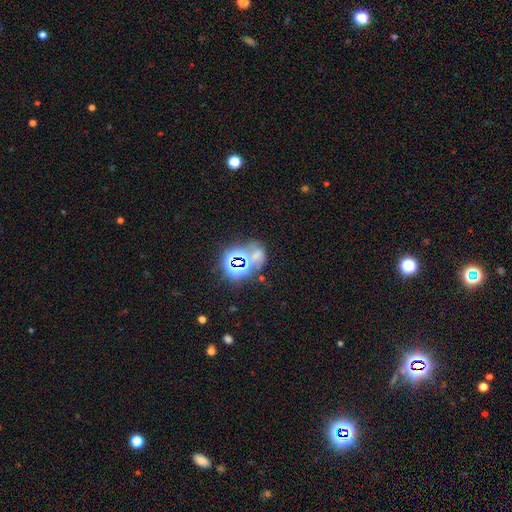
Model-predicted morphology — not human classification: star or artifact 50%, smooth 35%, featured or disk 15%.